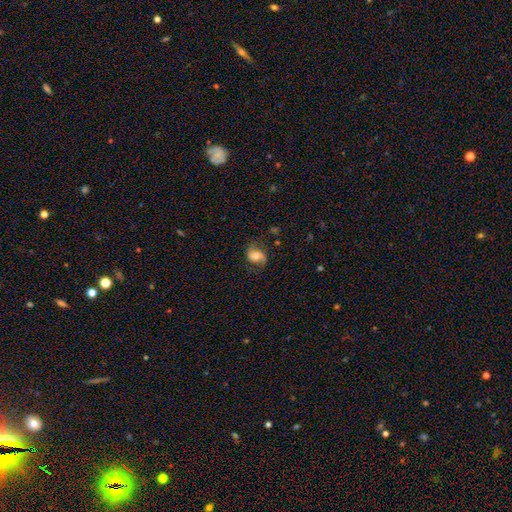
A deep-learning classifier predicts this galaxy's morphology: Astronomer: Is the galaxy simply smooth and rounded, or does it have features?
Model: featured or disk — 51% (runner-up: smooth, 40%).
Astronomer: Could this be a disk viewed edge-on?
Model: no — 96%.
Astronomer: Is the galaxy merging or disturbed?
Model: none — 69%.